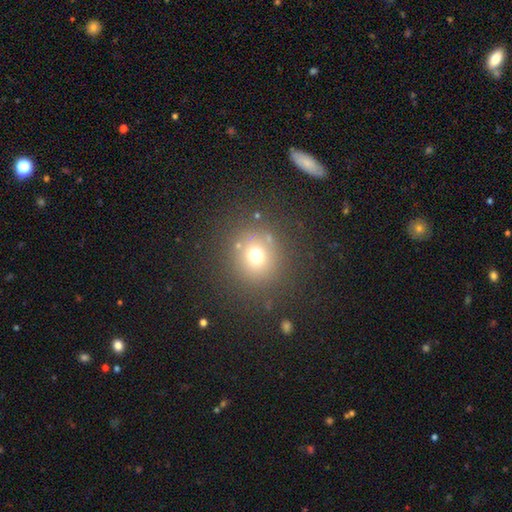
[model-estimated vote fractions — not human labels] A smooth galaxy with no disk features (68%) that is round (90%).

Vote fractions:
- Smooth or featured? smooth: 68% / star or artifact: 21% / featured or disk: 11%
- How rounded? round: 90% / in between: 9% / cigar-shaped: 1%
- Merging? none: 82% / minor disturbance: 8% / major disturbance: 6% / merger: 4%